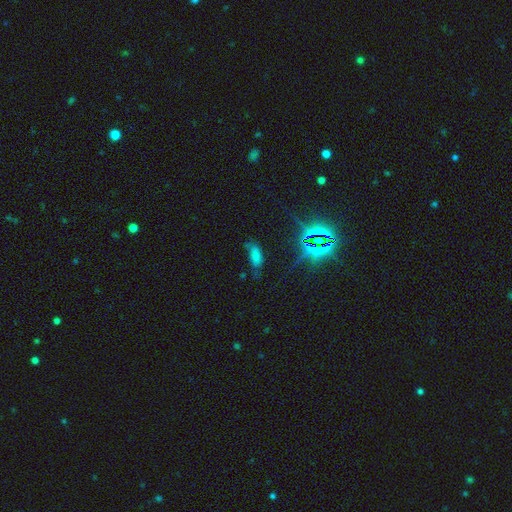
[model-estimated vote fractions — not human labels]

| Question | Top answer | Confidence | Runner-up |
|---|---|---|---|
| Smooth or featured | smooth | 57% | star or artifact (28%) |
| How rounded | in between | 78% | cigar-shaped (18%) |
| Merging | none | 49% | minor disturbance (29%) |